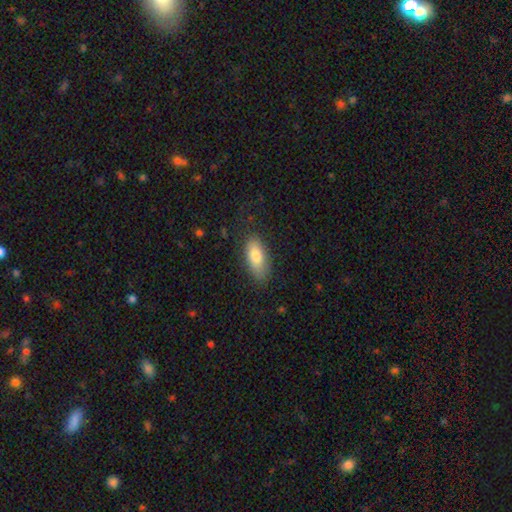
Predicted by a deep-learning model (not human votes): Morphology: type=smooth (79%); roundness=in between (84%); merging=none (80%).